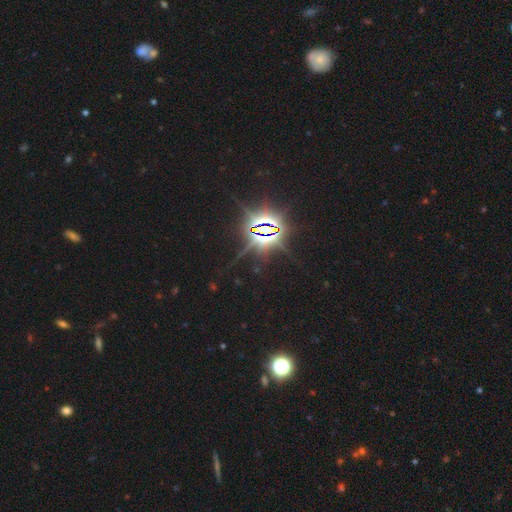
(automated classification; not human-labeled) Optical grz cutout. It shows a star or artifact, not a galaxy (84%).